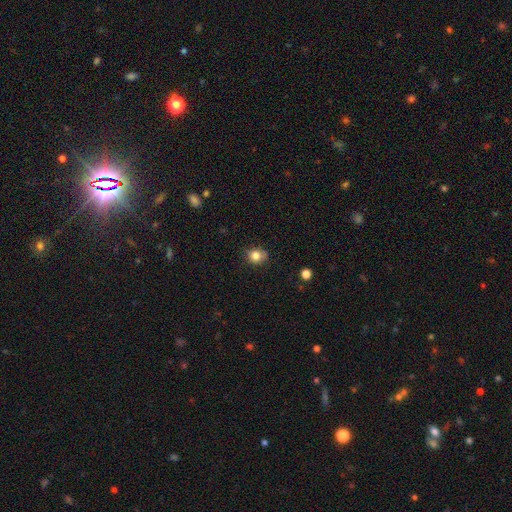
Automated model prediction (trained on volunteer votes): Smooth or featured? smooth (81%)
How rounded? round (66%)
Merging? none (67%)